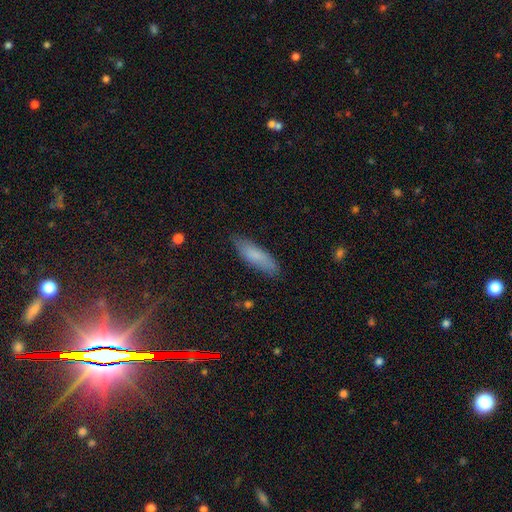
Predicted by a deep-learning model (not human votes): smooth-or-featured: smooth: 79% | featured or disk: 14% | star or artifact: 7%
  how-rounded: cigar-shaped: 52% | in between: 46% | round: 2%
  merging: none: 79% | minor disturbance: 16% | major disturbance: 3% | merger: 1%